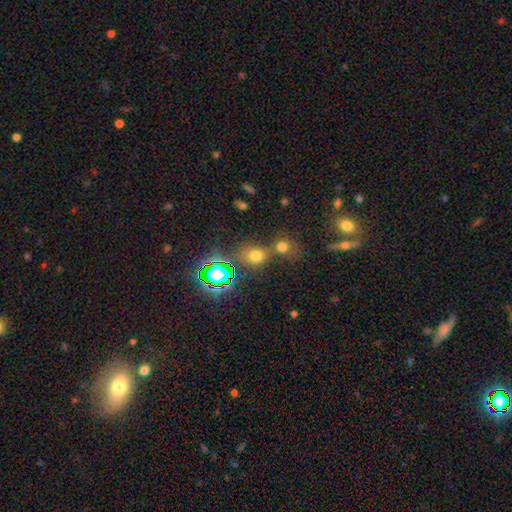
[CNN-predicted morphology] This appears to be a smooth galaxy with no disk features (63%) that is round (66%). Merging: none (52%).